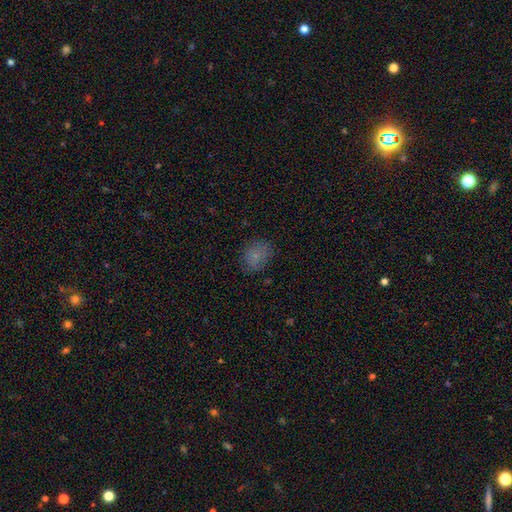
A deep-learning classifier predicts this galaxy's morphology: Q: Smooth or featured?
A: smooth (76%); runner-up: star or artifact (13%)
Q: How rounded?
A: in between (52%); runner-up: round (47%)
Q: Merging?
A: none (71%); runner-up: minor disturbance (21%)